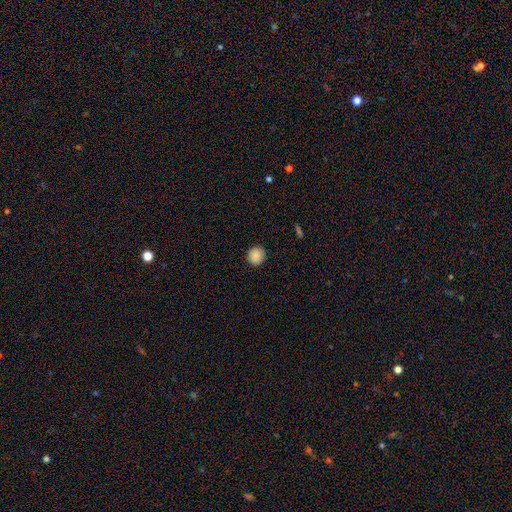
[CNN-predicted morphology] smooth 89%, star or artifact 8%, featured or disk 3%. Down the decision tree: how rounded — round (90%); merging — none (91%).